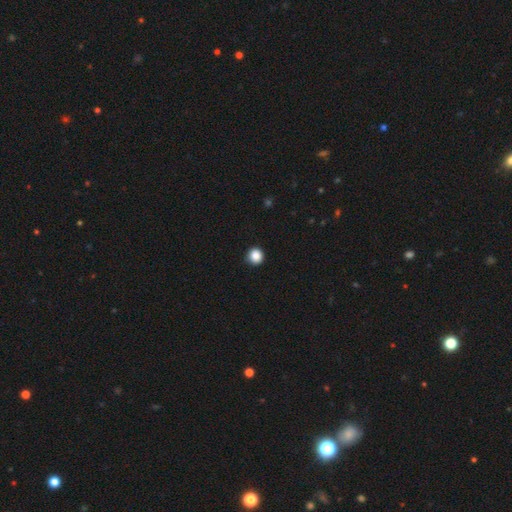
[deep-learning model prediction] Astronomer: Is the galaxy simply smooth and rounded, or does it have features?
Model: smooth — 87%.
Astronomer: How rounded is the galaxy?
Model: round — 93%.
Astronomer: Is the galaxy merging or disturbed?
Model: none — 90%.